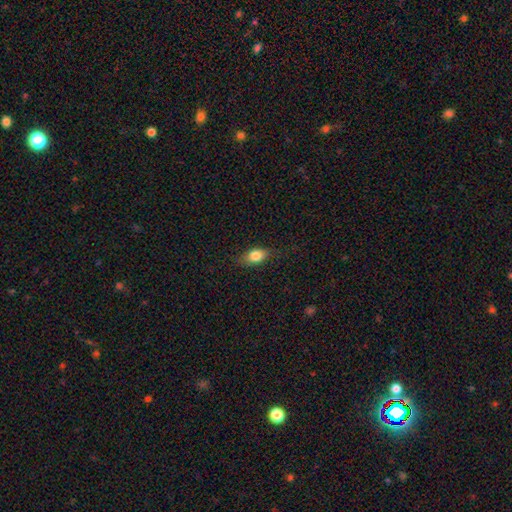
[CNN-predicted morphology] type=smooth (80%); roundness=in between (79%); merging=none (79%).